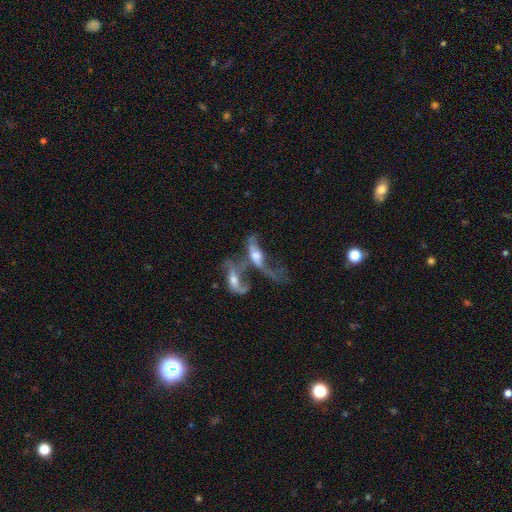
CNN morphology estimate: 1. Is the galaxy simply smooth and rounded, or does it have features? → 60% featured or disk, 30% smooth, 11% star or artifact.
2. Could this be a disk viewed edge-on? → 70% no, 30% yes.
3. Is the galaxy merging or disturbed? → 65% merger, 18% major disturbance, 11% none, 6% minor disturbance.